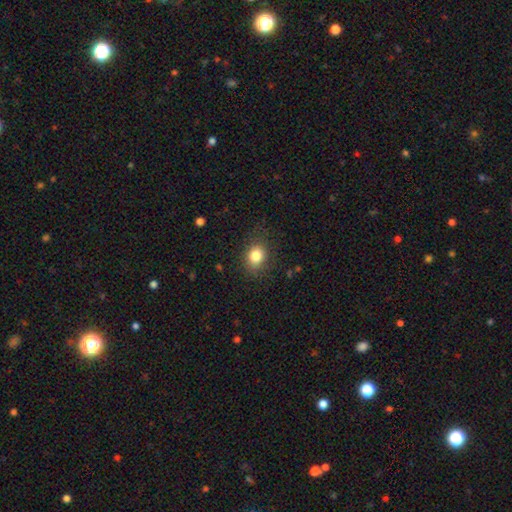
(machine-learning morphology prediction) type=smooth (82%); roundness=in between (50%); merging=none (80%).